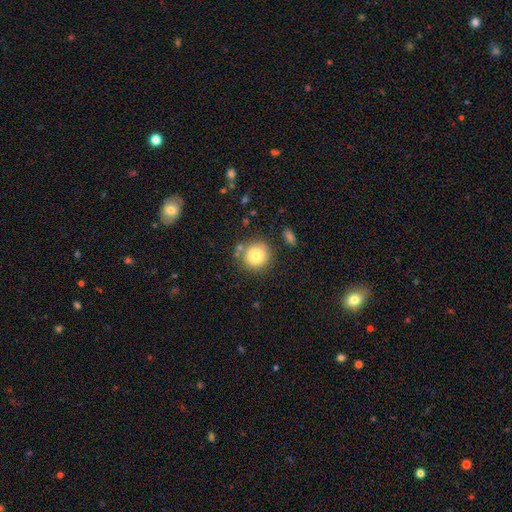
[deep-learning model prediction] Morphology: type=smooth (78%); roundness=round (94%); merging=none (79%).